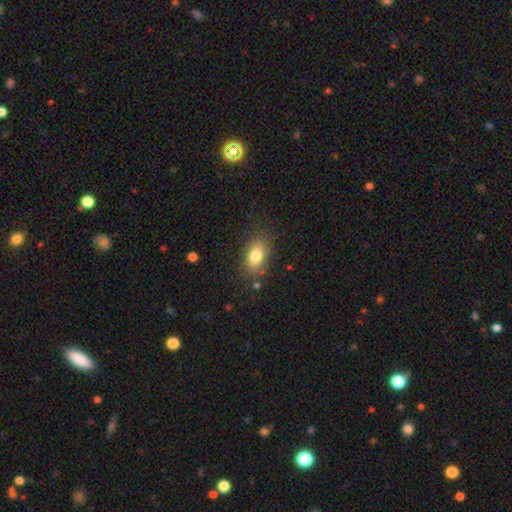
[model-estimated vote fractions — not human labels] Smooth or featured: smooth — 78% (featured or disk — 13%)
How rounded: in between — 85% (round — 12%)
Merging: none — 76% (minor disturbance — 16%)